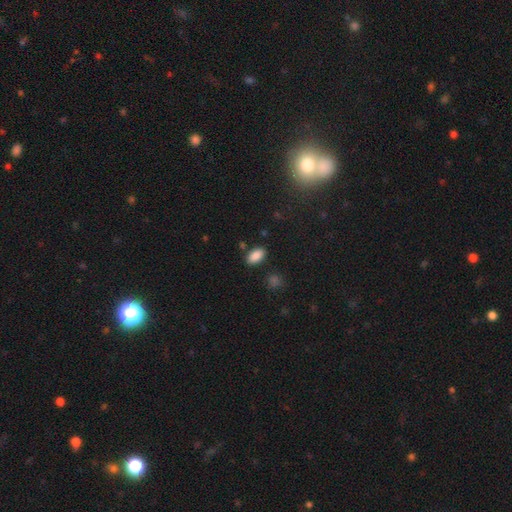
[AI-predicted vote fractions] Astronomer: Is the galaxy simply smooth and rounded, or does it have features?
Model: smooth — 88%.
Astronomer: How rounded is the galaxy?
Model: in between — 93%.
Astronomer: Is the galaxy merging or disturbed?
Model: none — 85%.